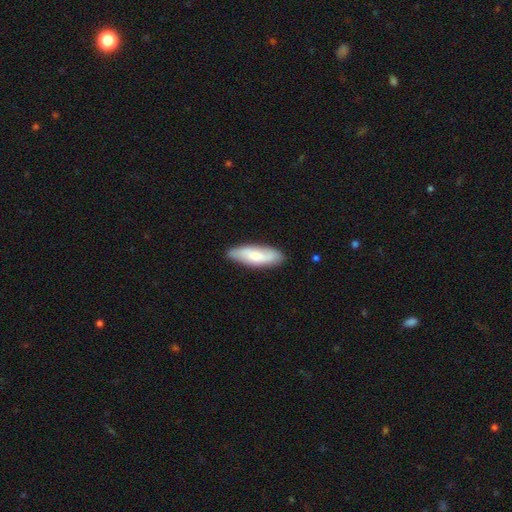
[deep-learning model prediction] smooth 68%, featured or disk 26%, star or artifact 6%. Down the decision tree: how rounded — in between (54%); merging — none (83%).